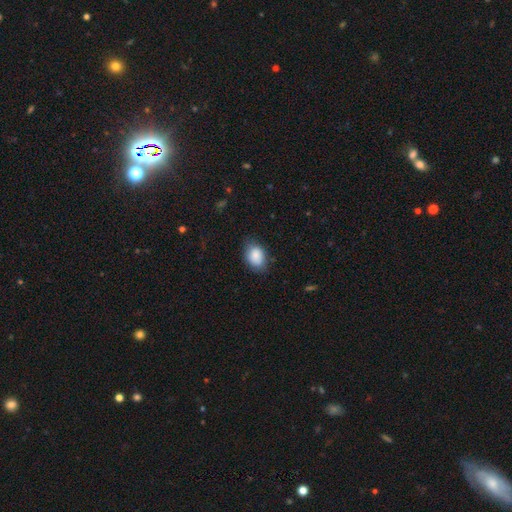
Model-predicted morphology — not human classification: A smooth galaxy with no disk features (86%) that is in between round and cigar-shaped (79%). Merging: none (72%).